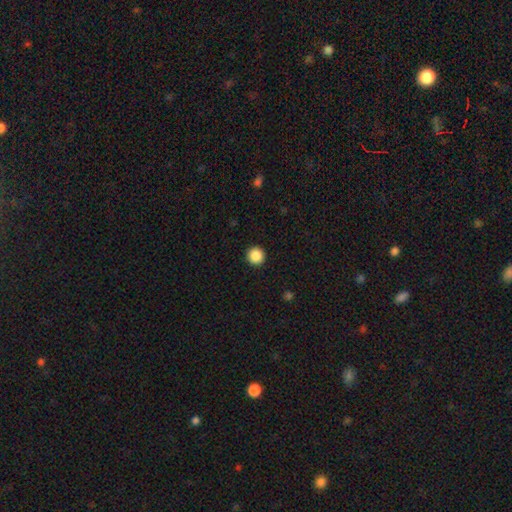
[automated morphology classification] smooth_or_featured: smooth (p=0.88) [alt: star or artifact p=0.09]
how_rounded: round (p=0.96) [alt: in between p=0.03]
merging: none (p=0.93) [alt: minor disturbance p=0.04]